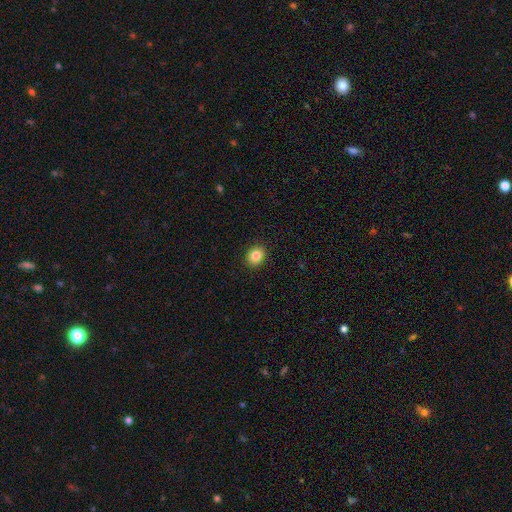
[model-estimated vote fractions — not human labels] The model was most divided on "how rounded": round: 63%, in between: 36%, cigar-shaped: 1%. More confident: merging — none (91%); smooth or featured — smooth (85%).